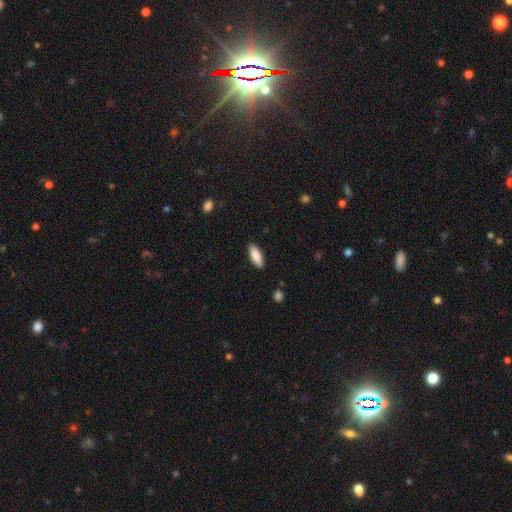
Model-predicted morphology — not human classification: The model was most divided on "how rounded": in between: 64%, cigar-shaped: 34%, round: 2%. More confident: merging — none (89%); smooth or featured — smooth (86%).